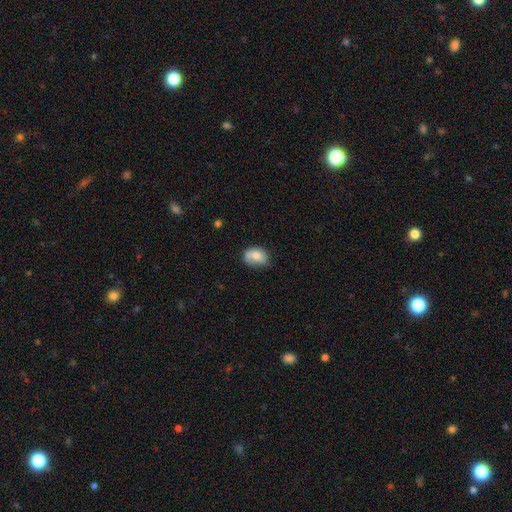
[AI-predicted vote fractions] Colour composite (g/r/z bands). It shows a smooth galaxy with no disk features (71%) that is in between round and cigar-shaped (68%). Merging: none (60%).